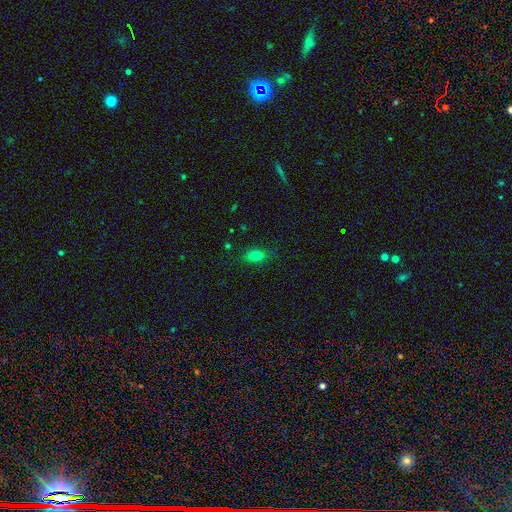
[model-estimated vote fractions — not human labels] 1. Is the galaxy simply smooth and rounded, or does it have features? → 79% smooth, 13% star or artifact, 8% featured or disk.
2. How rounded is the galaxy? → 84% in between, 11% round, 6% cigar-shaped.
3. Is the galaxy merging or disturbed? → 80% none, 15% minor disturbance, 4% major disturbance, 1% merger.